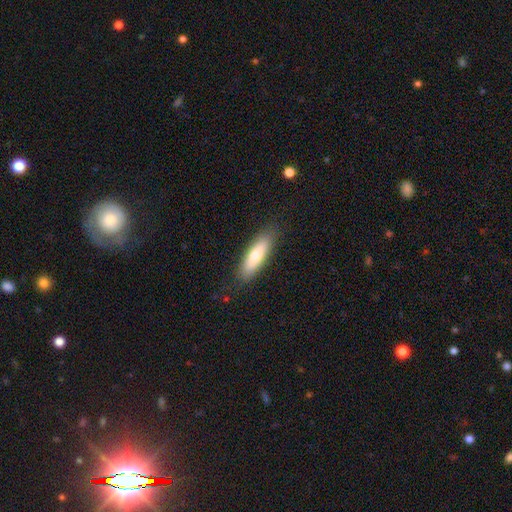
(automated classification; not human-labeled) A smooth galaxy with no disk features (68%) that is cigar-shaped (57%).

Vote fractions:
- Smooth or featured? smooth: 68% / featured or disk: 25% / star or artifact: 6%
- How rounded? cigar-shaped: 57% / in between: 41% / round: 2%
- Merging? none: 86% / minor disturbance: 10% / major disturbance: 2% / merger: 1%